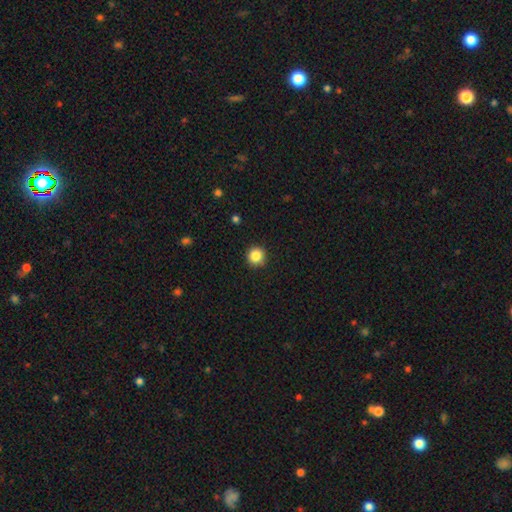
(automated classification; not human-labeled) This appears to be a smooth galaxy with no disk features (86%) that is round (95%). Merging: none (92%).